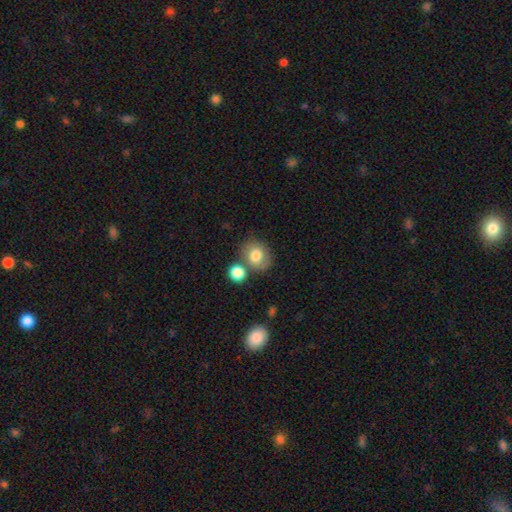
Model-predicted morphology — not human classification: A smooth galaxy with no disk features (76%) that is round (64%).

Vote fractions:
- Smooth or featured? smooth: 76% / featured or disk: 15% / star or artifact: 9%
- How rounded? round: 64% / in between: 35% / cigar-shaped: 1%
- Merging? none: 63% / merger: 17% / minor disturbance: 15% / major disturbance: 5%